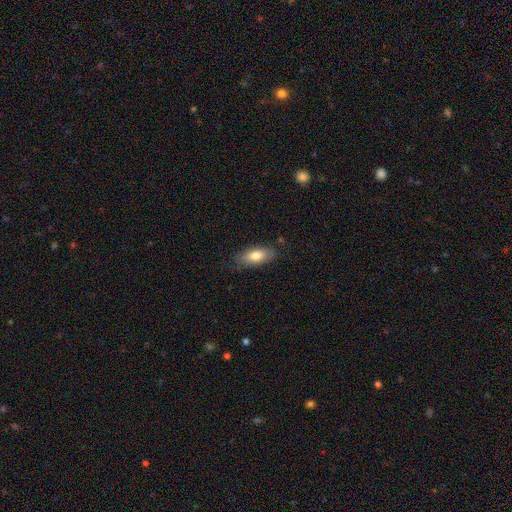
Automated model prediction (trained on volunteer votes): The model was most divided on "merging": none: 78%, minor disturbance: 17%, major disturbance: 4%, merger: 1%. More confident: how rounded — in between (81%); smooth or featured — smooth (77%).